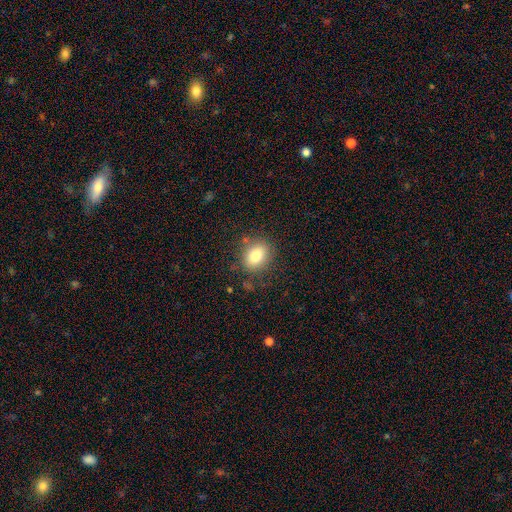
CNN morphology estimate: This appears to be a smooth galaxy with no disk features (79%) that is in between round and cigar-shaped (56%). Merging: none (81%).